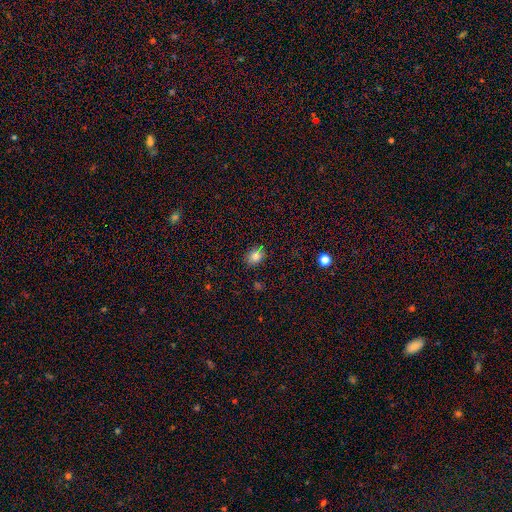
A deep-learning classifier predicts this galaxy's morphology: Smooth or featured? smooth (75%)
How rounded? round (52%)
Merging? none (84%)